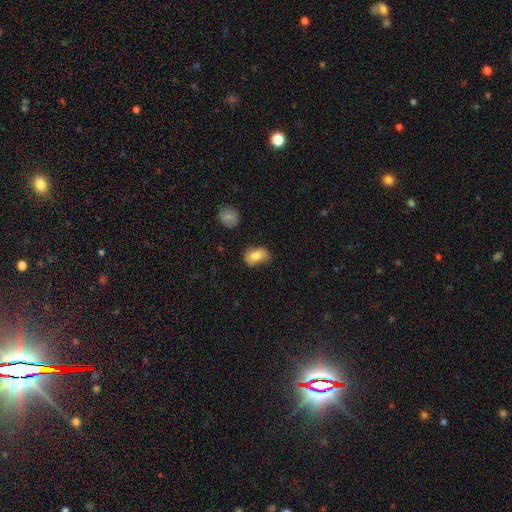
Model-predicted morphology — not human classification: Smooth or featured: smooth — 79% (featured or disk — 13%)
How rounded: in between — 82% (round — 17%)
Merging: none — 60% (minor disturbance — 29%)